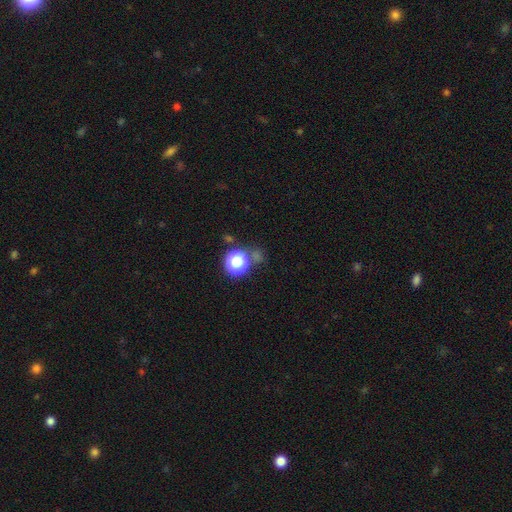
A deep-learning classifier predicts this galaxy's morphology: A star or artifact, not a galaxy (54%).